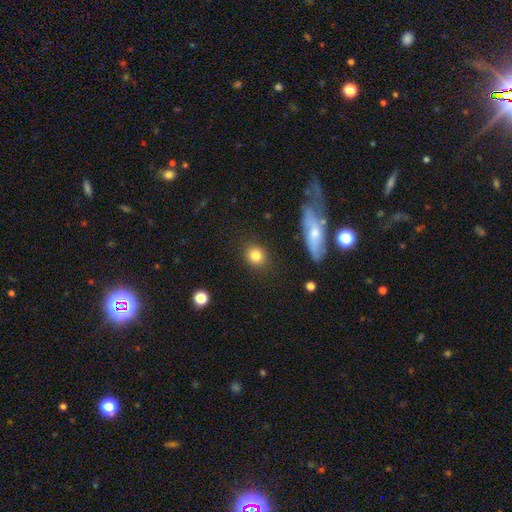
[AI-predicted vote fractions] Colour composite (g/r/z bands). It shows a smooth galaxy with no disk features (83%) that is round (79%). Merging: none (87%).